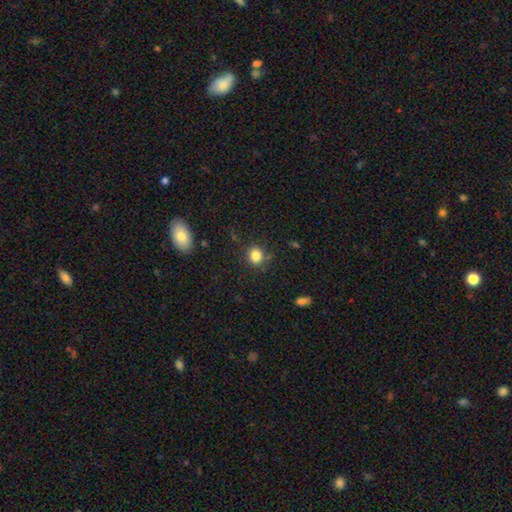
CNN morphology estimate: Overall: smooth (84%). How rounded: round (77%). Merging: none (82%).